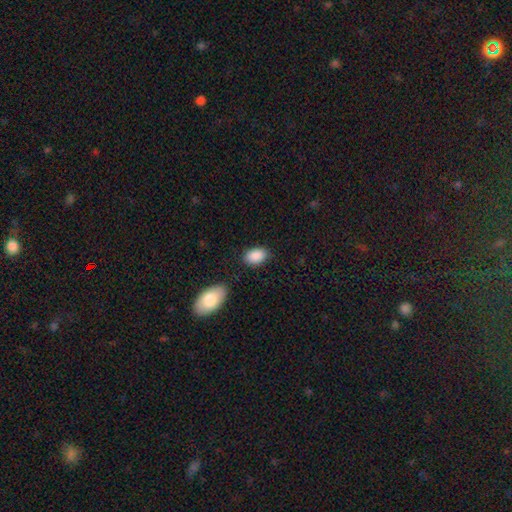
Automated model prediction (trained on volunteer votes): Smooth or featured? smooth (89%)
How rounded? in between (89%)
Merging? none (81%)